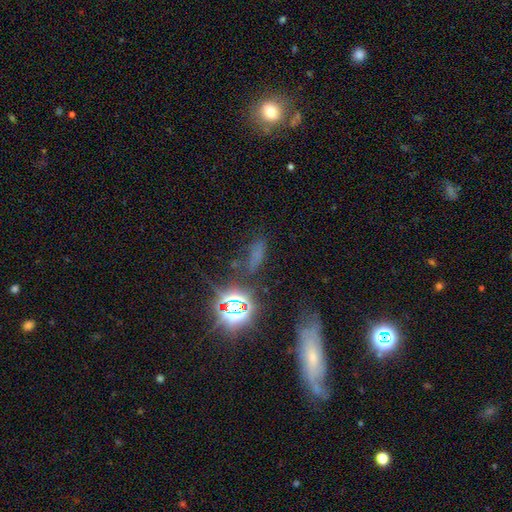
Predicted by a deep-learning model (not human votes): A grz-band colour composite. It shows a star or artifact, not a galaxy (48%).